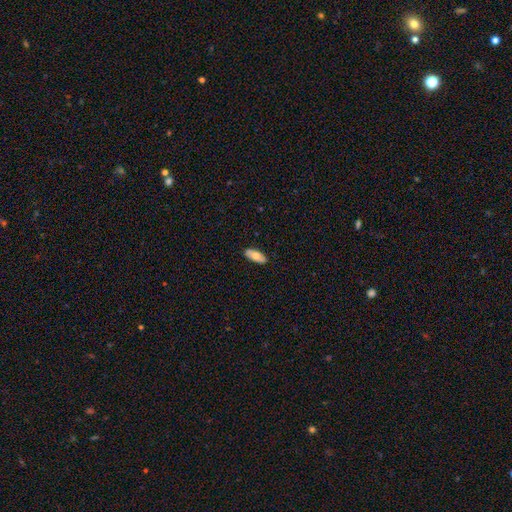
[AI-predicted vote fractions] A smooth galaxy with no disk features (68%) that is in between round and cigar-shaped (83%).

Vote fractions:
- Smooth or featured? smooth: 68% / featured or disk: 26% / star or artifact: 6%
- How rounded? in between: 83% / cigar-shaped: 15% / round: 2%
- Merging? none: 87% / minor disturbance: 10% / major disturbance: 2% / merger: 1%